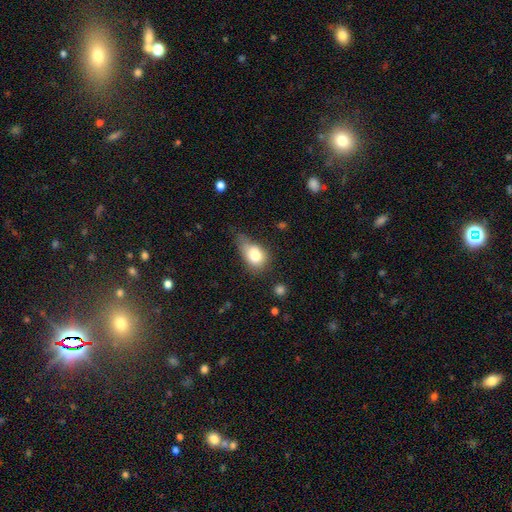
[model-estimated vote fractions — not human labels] Smooth or featured?
  - smooth: 78% *
  - featured or disk: 13%
  - star or artifact: 9%
How rounded?
  - in between: 73% *
  - round: 25%
  - cigar-shaped: 3%
Merging?
  - minor disturbance: 44% *
  - none: 26%
  - major disturbance: 25%
  - merger: 5%